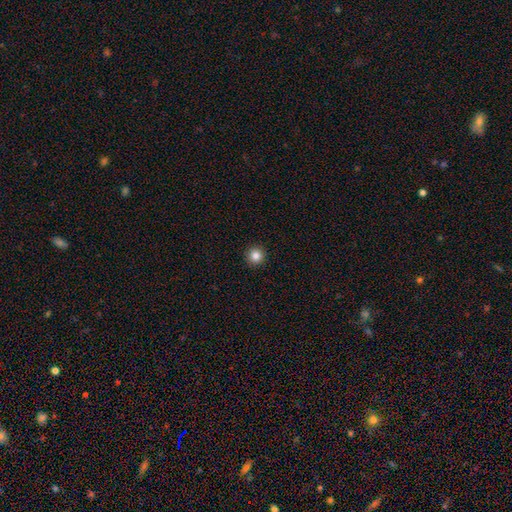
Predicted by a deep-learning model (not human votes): smooth-or-featured: smooth: 84% | star or artifact: 11% | featured or disk: 5%
  how-rounded: round: 96% | in between: 3% | cigar-shaped: 1%
  merging: none: 94% | minor disturbance: 4% | major disturbance: 1% | merger: 1%